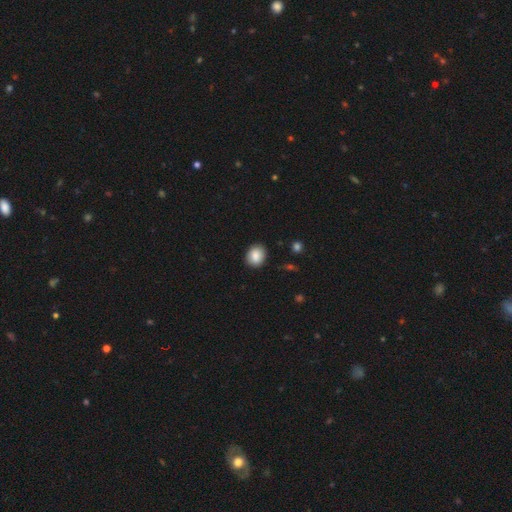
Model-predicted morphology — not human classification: This is clearly a smooth galaxy (87%). How rounded: possibly round (57%). Merging: clearly none (89%).